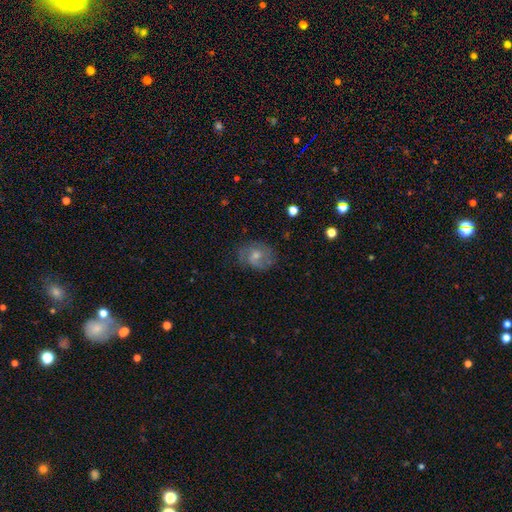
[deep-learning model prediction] Overall: featured or disk (58%; smooth 28%). Edge-on disk: no (97%). Bar: no (59%; weak 36%). Spiral arms: yes (83%). Bulge size: moderate (49%; small 43%). Merging: none (71%).